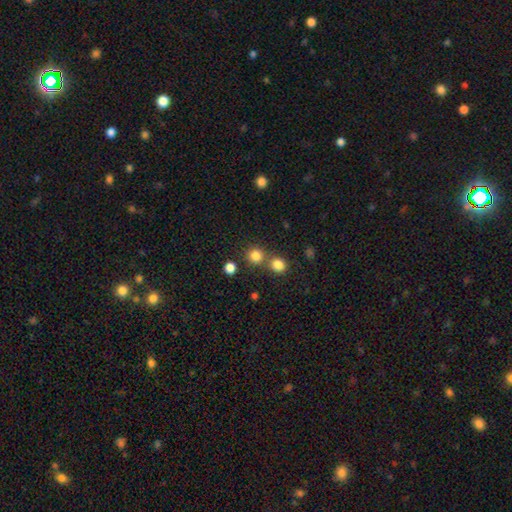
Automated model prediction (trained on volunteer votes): A smooth galaxy with no disk features (81%) that is round (91%).

Vote fractions:
- Smooth or featured? smooth: 81% / star or artifact: 14% / featured or disk: 5%
- How rounded? round: 91% / in between: 8% / cigar-shaped: 1%
- Merging? none: 67% / merger: 25% / minor disturbance: 6% / major disturbance: 3%